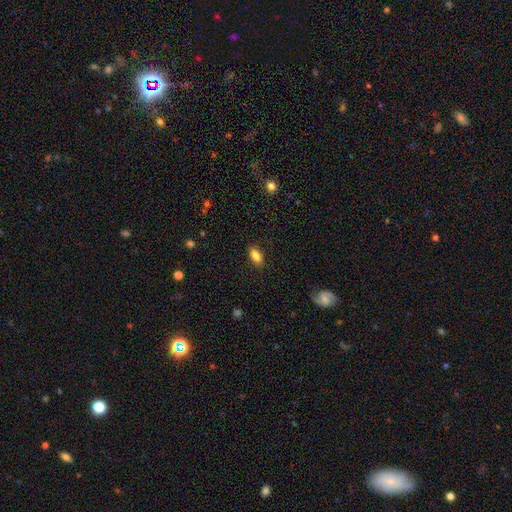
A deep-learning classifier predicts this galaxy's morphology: This appears to be a smooth galaxy with no disk features (84%) that is in between round and cigar-shaped (85%). Merging: none (86%).